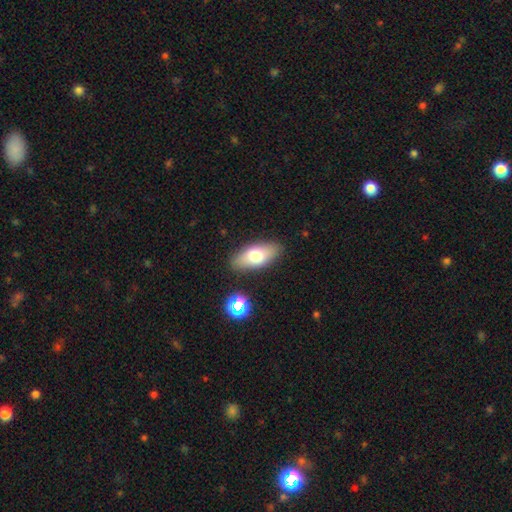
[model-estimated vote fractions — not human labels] Smooth or featured? smooth (71%)
How rounded? in between (86%)
Merging? none (85%)